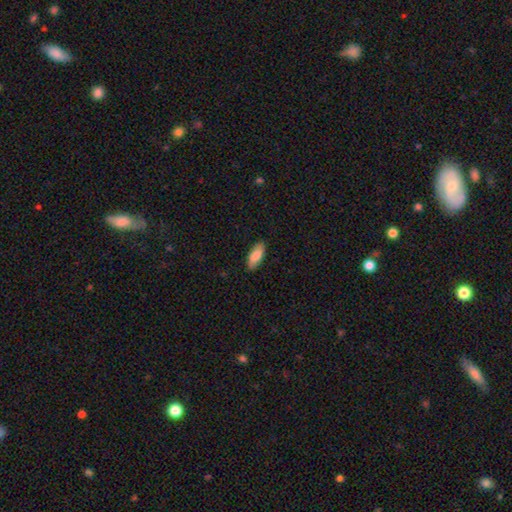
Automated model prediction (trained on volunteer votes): Smooth or featured: smooth — 81% (featured or disk — 13%)
How rounded: in between — 80% (cigar-shaped — 18%)
Merging: none — 86% (minor disturbance — 11%)